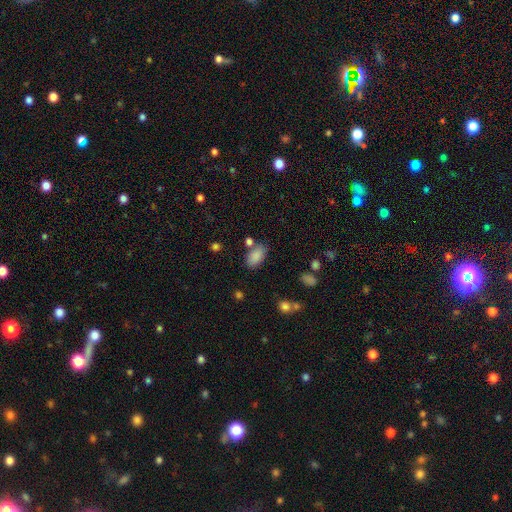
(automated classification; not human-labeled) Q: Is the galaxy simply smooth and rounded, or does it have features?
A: smooth — 86%.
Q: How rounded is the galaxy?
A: in between — 93%.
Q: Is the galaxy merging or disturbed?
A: none — 70%.